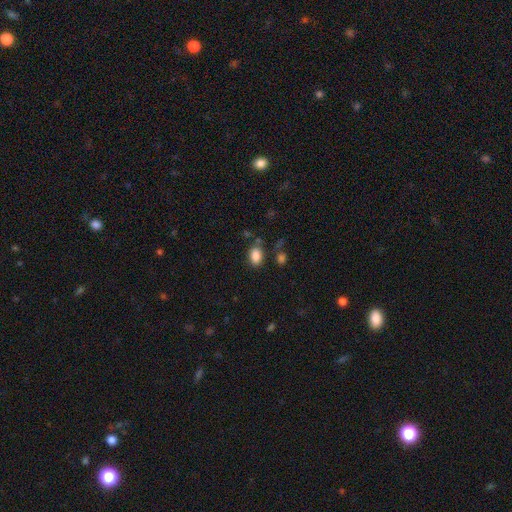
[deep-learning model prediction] smooth 86%, star or artifact 10%, featured or disk 5%. Down the decision tree: how rounded — in between (80%); merging — none (75%).